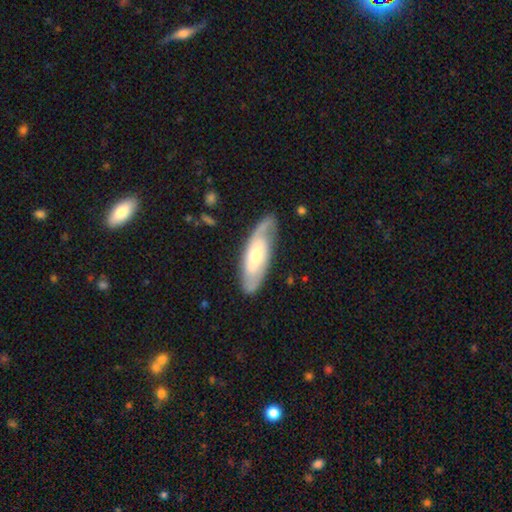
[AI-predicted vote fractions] Overall: featured or disk (69%). Edge-on disk: no (85%). Bar: no (47%; weak 38%). Spiral arms: yes (88%). Spiral arm count: 2 (70%). Spiral winding: medium (42%; tight 40%). Bulge size: moderate (54%; small 31%). Merging: none (77%).